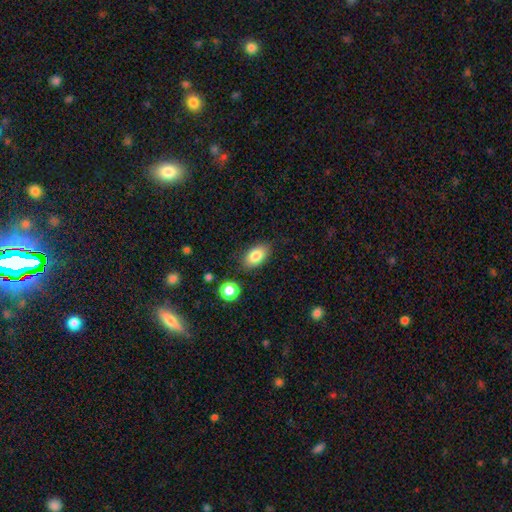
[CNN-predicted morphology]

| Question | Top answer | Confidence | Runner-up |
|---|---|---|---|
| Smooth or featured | smooth | 83% | star or artifact (9%) |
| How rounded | in between | 91% | round (7%) |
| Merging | none | 84% | minor disturbance (11%) |